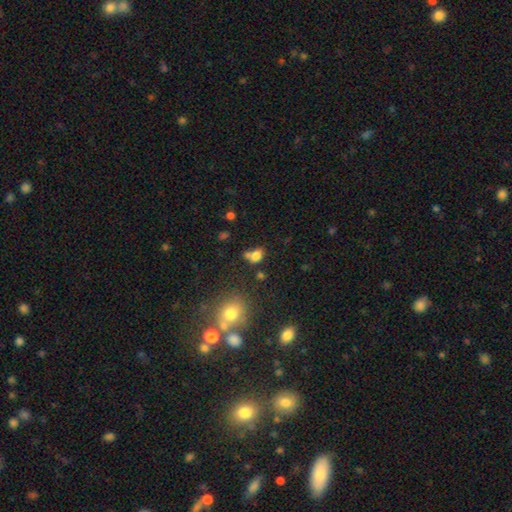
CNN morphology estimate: The model was most divided on "merging": none: 43%, merger: 35%, minor disturbance: 16%, major disturbance: 7%. More confident: smooth or featured — smooth (77%); how rounded — in between (68%).